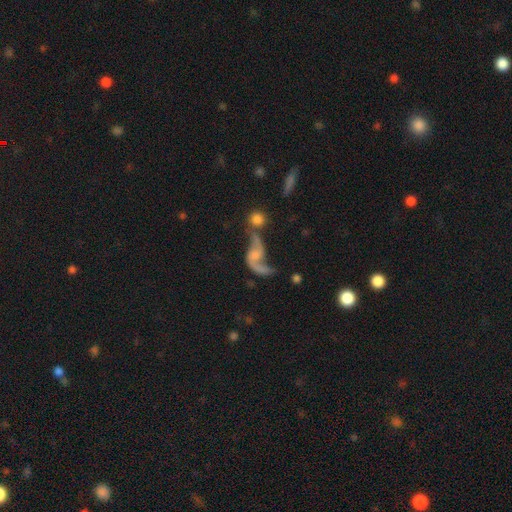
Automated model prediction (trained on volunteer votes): featured or disk 80%, smooth 12%, star or artifact 8%. Down the decision tree: edge-on disk — no (95%); bar — no (58%); spiral arms — yes (91%); spiral arm count — 2 (83%); spiral winding — loose (85%); bulge size — small (40%); merging — none (35%).